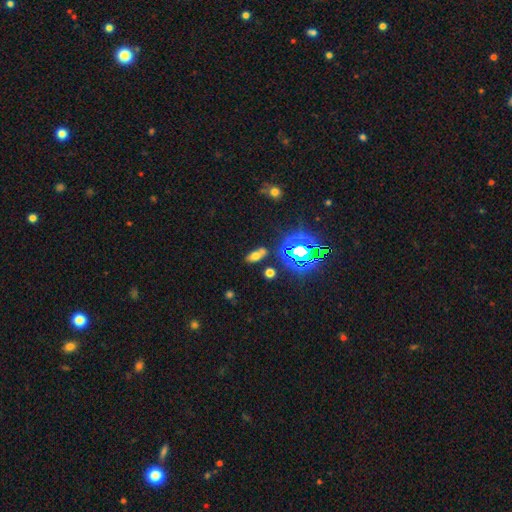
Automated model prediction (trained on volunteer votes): Smooth or featured?
  - smooth: 55% *
  - star or artifact: 31%
  - featured or disk: 14%
How rounded?
  - in between: 82% *
  - round: 9%
  - cigar-shaped: 9%
Merging?
  - none: 68% *
  - merger: 14%
  - minor disturbance: 13%
  - major disturbance: 5%